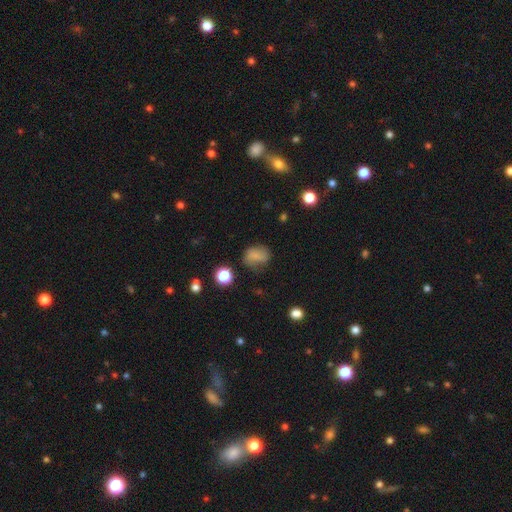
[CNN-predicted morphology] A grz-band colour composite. It shows a smooth galaxy with no disk features (69%) that is in between round and cigar-shaped (54%). Merging: none (56%).